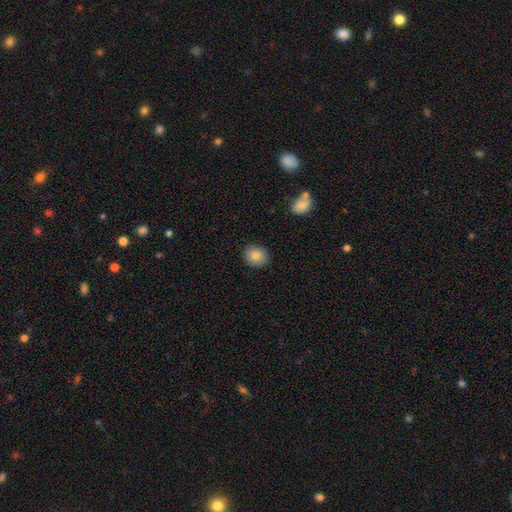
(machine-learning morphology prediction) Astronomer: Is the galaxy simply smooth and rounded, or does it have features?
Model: smooth — 83%.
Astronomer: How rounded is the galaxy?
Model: round — 68%.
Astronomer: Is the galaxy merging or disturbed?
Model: none — 89%.